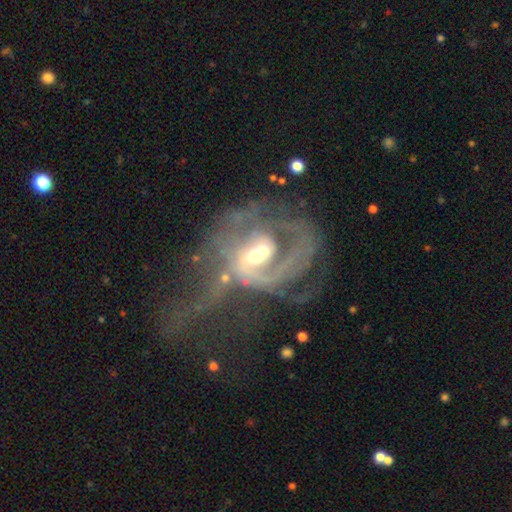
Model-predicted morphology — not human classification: Smooth or featured: featured or disk — 83% (smooth — 9%)
Edge-on disk: no — 97% (yes — 3%)
Bar: no — 42% (tied with weak — 42%)
Spiral arms: yes — 79% (no — 21%)
Spiral winding: medium — 39% (tight — 37%)
Spiral arm count: can't tell — 31% (tied with 2 — 31%)
Bulge size: moderate — 57% (small — 32%)
Merging: major disturbance — 54% (none — 19%)